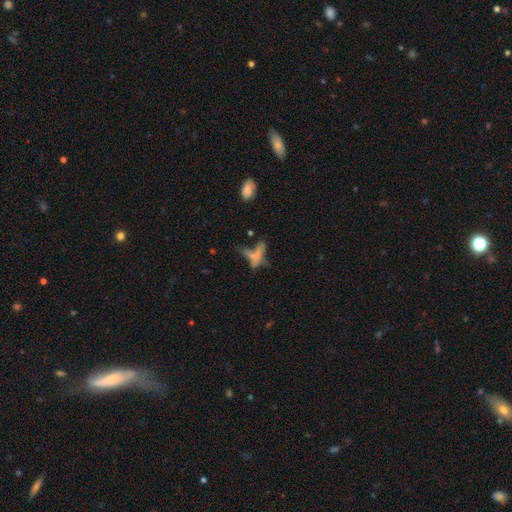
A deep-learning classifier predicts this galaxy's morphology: Smooth or featured: smooth — 51% (featured or disk — 33%)
How rounded: in between — 48% (cigar-shaped — 45%)
Merging: merger — 32% (none — 28%)